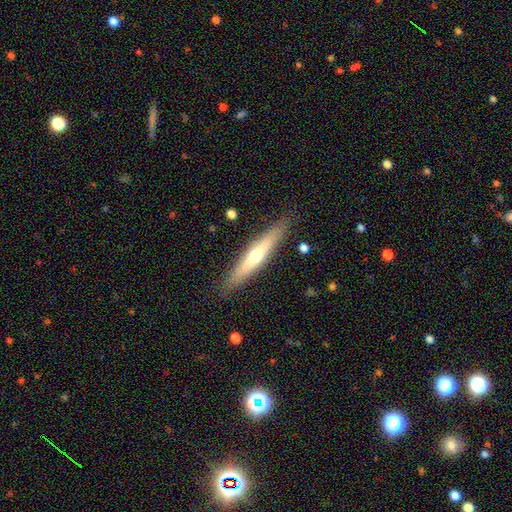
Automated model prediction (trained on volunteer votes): This appears to be a featured or disk galaxy (53%) viewed edge-on (92%). Merging: none (89%).